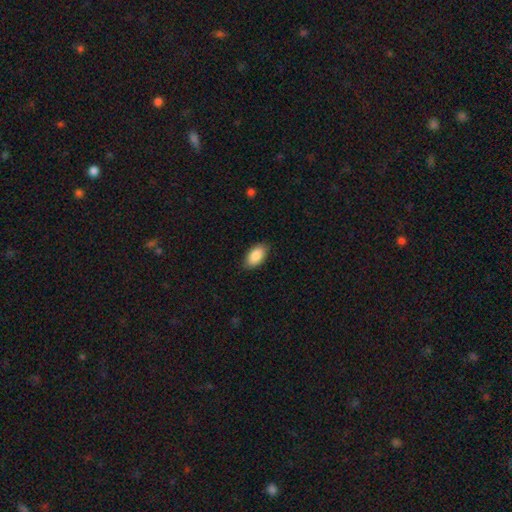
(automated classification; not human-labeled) Overall: smooth (88%). How rounded: in between (94%). Merging: none (86%).